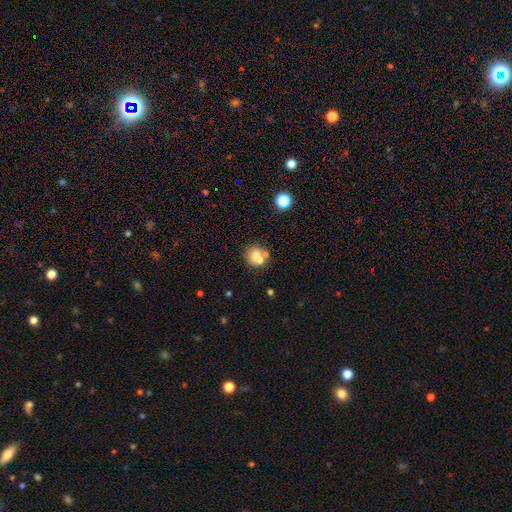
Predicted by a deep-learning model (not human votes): A smooth galaxy with no disk features (66%) that is round (85%).

Vote fractions:
- Smooth or featured? smooth: 66% / featured or disk: 21% / star or artifact: 14%
- How rounded? round: 85% / in between: 14% / cigar-shaped: 1%
- Merging? none: 54% / merger: 32% / minor disturbance: 9% / major disturbance: 4%